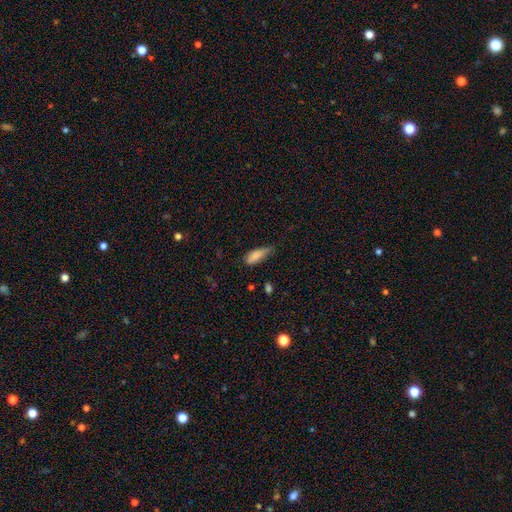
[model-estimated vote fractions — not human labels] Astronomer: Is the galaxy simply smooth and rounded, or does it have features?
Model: smooth — 81%.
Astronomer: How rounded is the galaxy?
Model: in between — 69%.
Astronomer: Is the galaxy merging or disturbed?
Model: minor disturbance — 45% (runner-up: none, 40%).